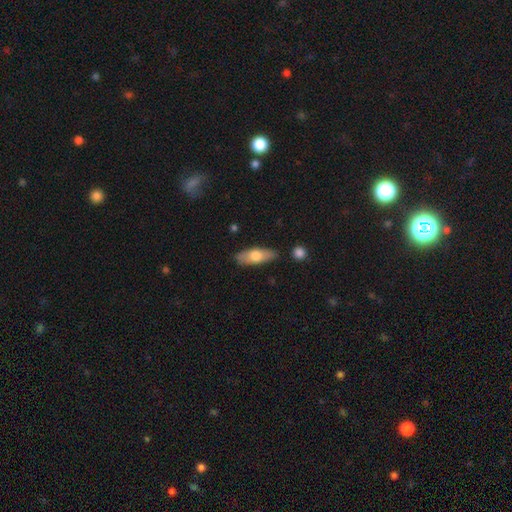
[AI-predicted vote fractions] A smooth galaxy with no disk features (65%) that is in between round and cigar-shaped (63%).

Vote fractions:
- Smooth or featured? smooth: 65% / featured or disk: 30% / star or artifact: 6%
- How rounded? in between: 63% / cigar-shaped: 35% / round: 3%
- Merging? none: 81% / minor disturbance: 13% / merger: 3% / major disturbance: 3%